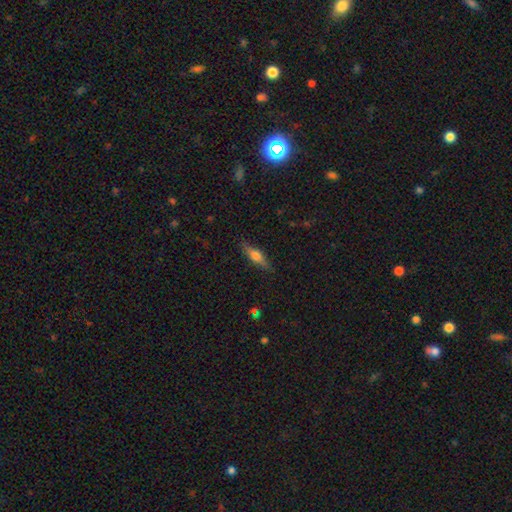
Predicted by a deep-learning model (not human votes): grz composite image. It shows a featured or disk galaxy (49%). Merging: none (85%).